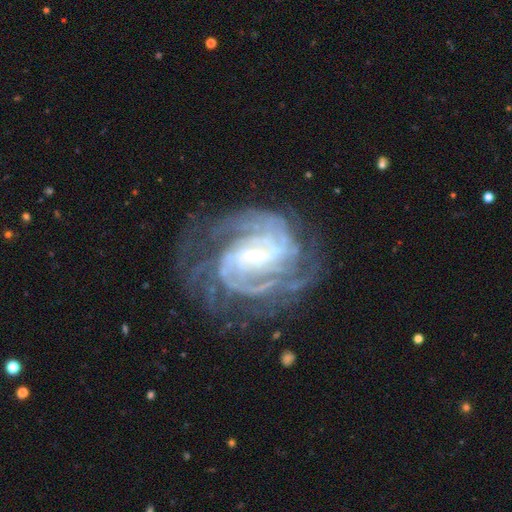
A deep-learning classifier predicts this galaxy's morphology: Overall: featured or disk (91%). Edge-on disk: no (98%). Bar: weak (48%; strong 26%). Spiral arms: yes (98%). Spiral arm count: 2 (27%; can't tell 22%). Spiral winding: tight (61%; medium 33%). Bulge size: small (69%). Merging: none (67%).